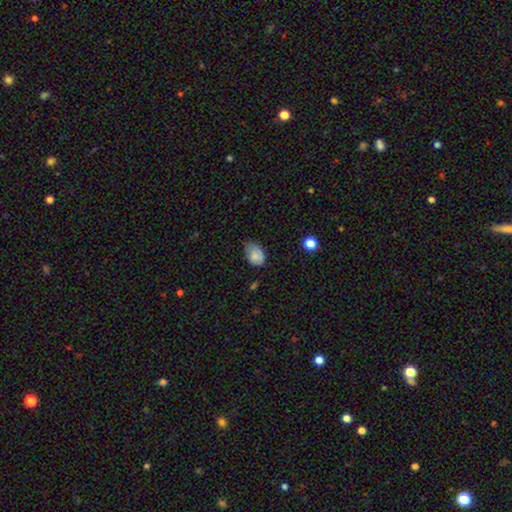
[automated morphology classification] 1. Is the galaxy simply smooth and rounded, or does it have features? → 79% smooth, 13% featured or disk, 9% star or artifact.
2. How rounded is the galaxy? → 82% in between, 17% round, 1% cigar-shaped.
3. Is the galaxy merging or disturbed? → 44% none, 43% minor disturbance, 11% major disturbance, 2% merger.